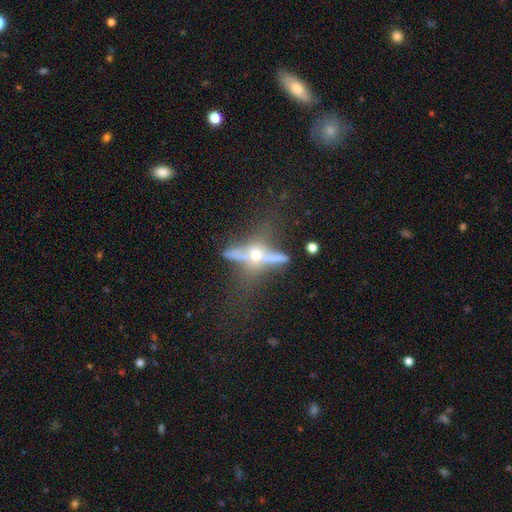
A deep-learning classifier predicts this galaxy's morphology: The model was most divided on "merging": none: 52%, major disturbance: 18%, minor disturbance: 17%, merger: 12%. More confident: edge-on bulge — rounded (94%); edge-on disk — yes (81%); smooth or featured — featured or disk (73%).